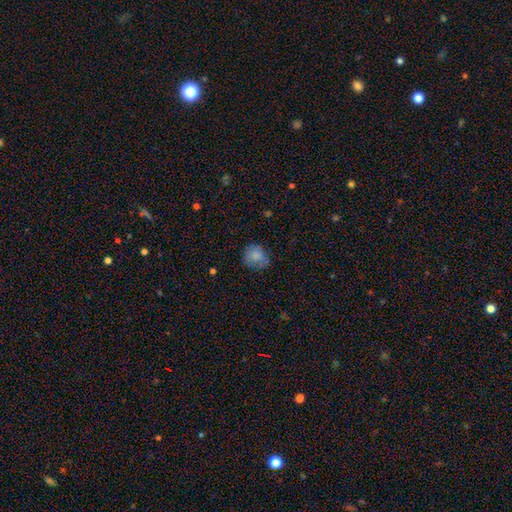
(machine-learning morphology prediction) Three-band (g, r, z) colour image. It shows a smooth galaxy with no disk features (80%) that is round (78%). Merging: none (65%).